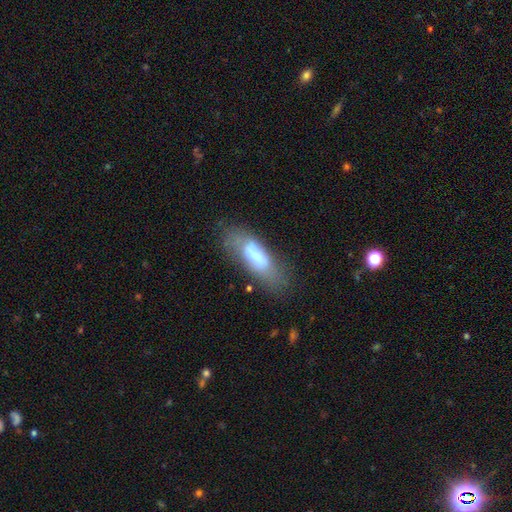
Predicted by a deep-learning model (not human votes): Overall: smooth (62%; featured or disk 30%). How rounded: in between (61%; cigar-shaped 37%). Merging: none (52%; minor disturbance 26%).